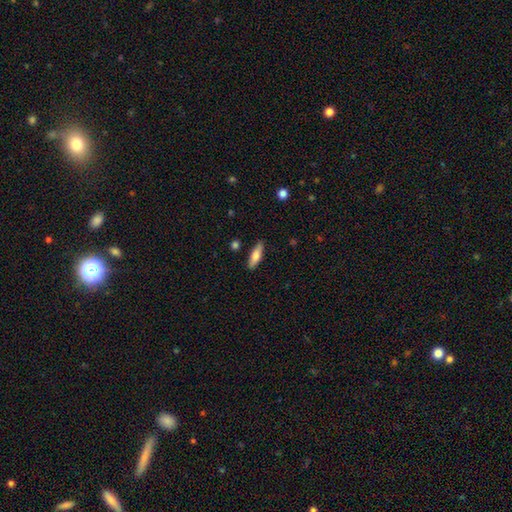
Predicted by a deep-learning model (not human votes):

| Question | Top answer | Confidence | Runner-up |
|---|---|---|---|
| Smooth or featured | smooth | 75% | featured or disk (19%) |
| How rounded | cigar-shaped | 56% | in between (42%) |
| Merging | none | 85% | minor disturbance (11%) |